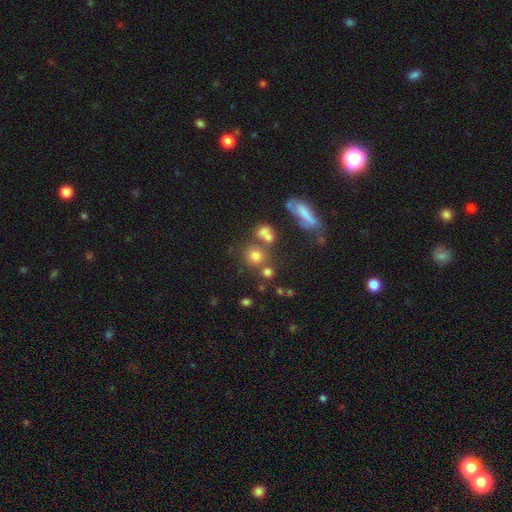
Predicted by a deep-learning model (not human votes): Smooth or featured?
  - smooth: 70% *
  - star or artifact: 17%
  - featured or disk: 12%
How rounded?
  - round: 83% *
  - in between: 14%
  - cigar-shaped: 2%
Merging?
  - none: 62% *
  - merger: 21%
  - minor disturbance: 11%
  - major disturbance: 6%